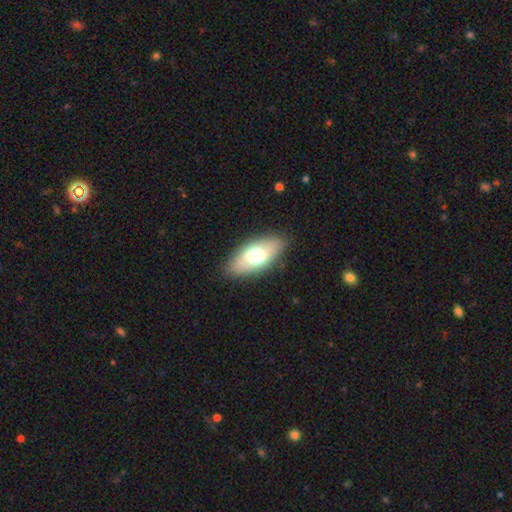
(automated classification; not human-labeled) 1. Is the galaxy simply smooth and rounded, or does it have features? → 64% smooth, 29% featured or disk, 7% star or artifact.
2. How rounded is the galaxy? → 87% in between, 9% cigar-shaped, 4% round.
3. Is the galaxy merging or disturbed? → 86% none, 10% minor disturbance, 3% major disturbance, 1% merger.